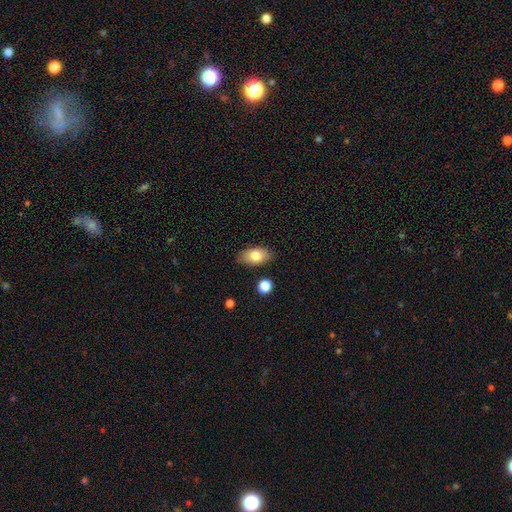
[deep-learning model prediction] Smooth or featured? smooth (80%)
How rounded? in between (91%)
Merging? none (85%)